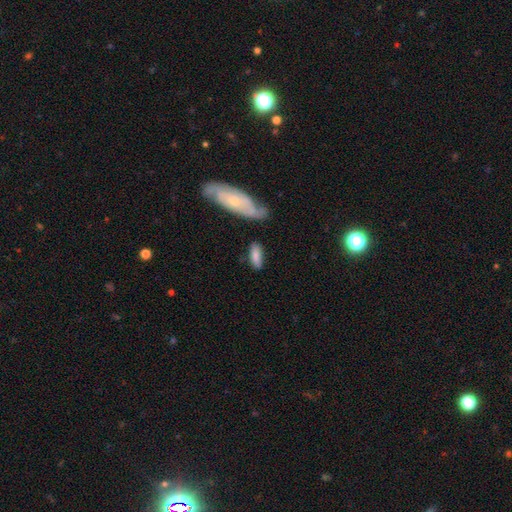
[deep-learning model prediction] A smooth galaxy with no disk features (81%) that is in between round and cigar-shaped (72%). Merging: none (70%).